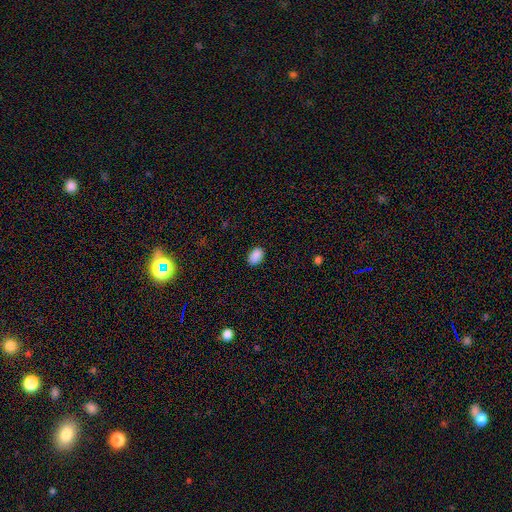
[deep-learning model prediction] This appears to be a smooth galaxy with no disk features (89%) that is in between round and cigar-shaped (85%). Merging: none (87%).